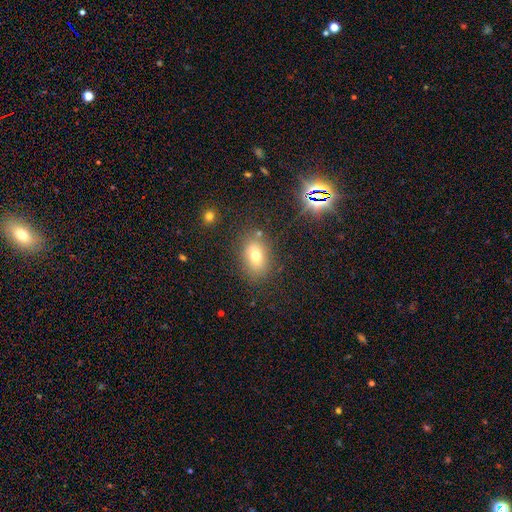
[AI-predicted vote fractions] Smooth or featured? smooth (70%)
How rounded? in between (76%)
Merging? none (78%)